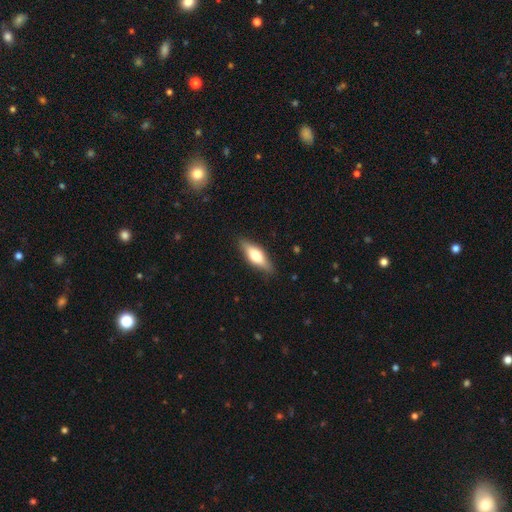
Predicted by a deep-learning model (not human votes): smooth_or_featured: smooth (p=0.58) [alt: featured or disk p=0.36]
how_rounded: in between (p=0.62) [alt: cigar-shaped p=0.36]
merging: none (p=0.86) [alt: minor disturbance p=0.11]